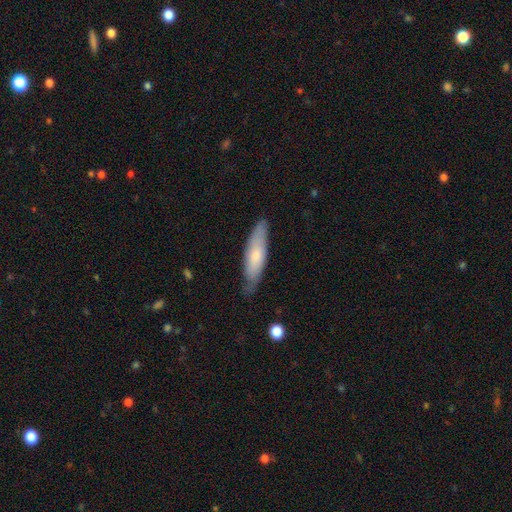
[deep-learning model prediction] Smooth or featured? Predicted: smooth (p=0.67). How rounded? Predicted: cigar-shaped (p=0.63). Merging? Predicted: none (p=0.74).